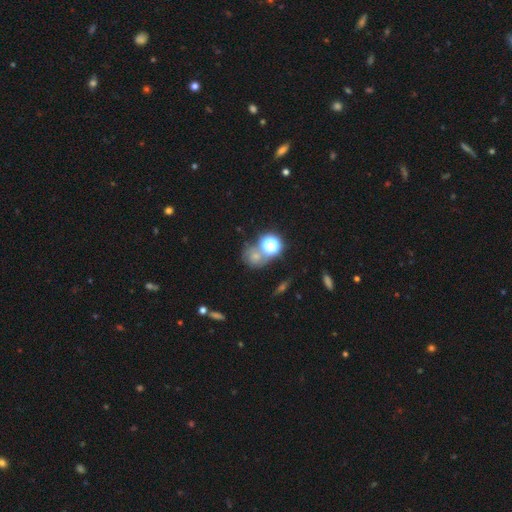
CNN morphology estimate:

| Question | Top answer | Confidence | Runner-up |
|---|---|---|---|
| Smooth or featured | smooth | 53% | star or artifact (31%) |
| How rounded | round | 77% | in between (22%) |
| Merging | none | 53% | merger (26%) |